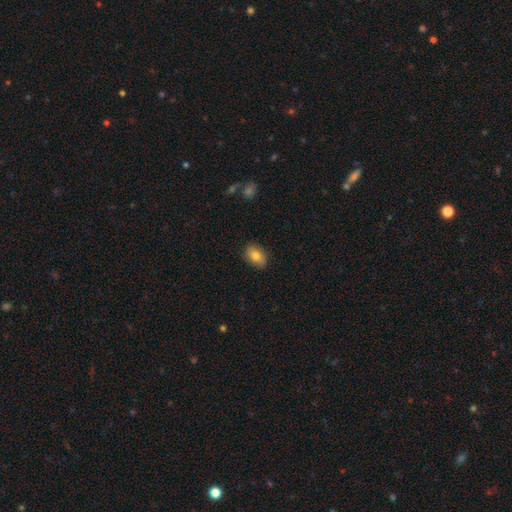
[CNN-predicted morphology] Smooth or featured? Predicted: smooth (p=0.78). How rounded? Predicted: in between (p=0.81). Merging? Predicted: none (p=0.85).